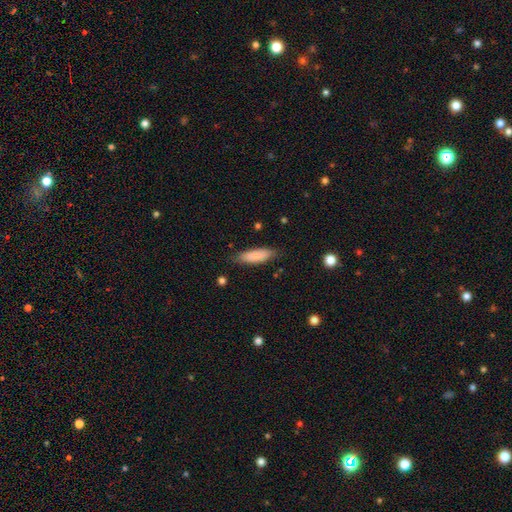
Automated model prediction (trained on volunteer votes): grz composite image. It shows a smooth galaxy with no disk features (85%) that is cigar-shaped (53%). Merging: none (81%).